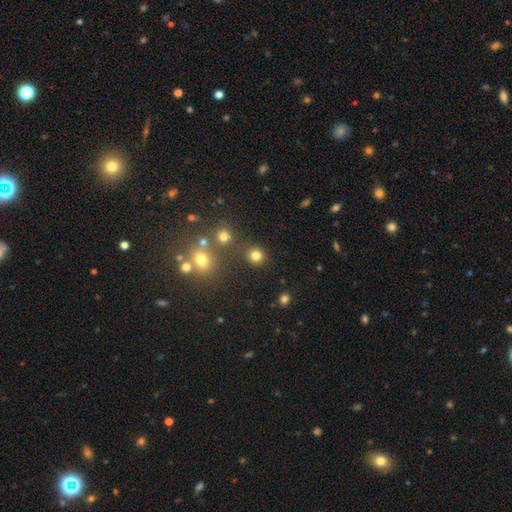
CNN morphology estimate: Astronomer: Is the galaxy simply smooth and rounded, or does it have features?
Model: smooth — 79%.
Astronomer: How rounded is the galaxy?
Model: round — 91%.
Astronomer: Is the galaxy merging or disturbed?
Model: none — 84%.